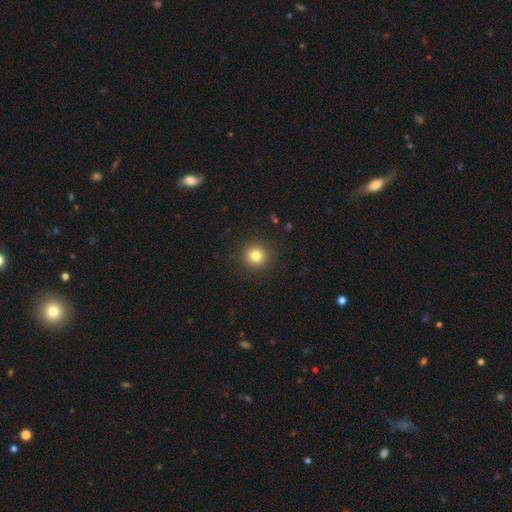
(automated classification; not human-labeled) A smooth galaxy with no disk features (81%) that is round (93%). Merging: none (91%).